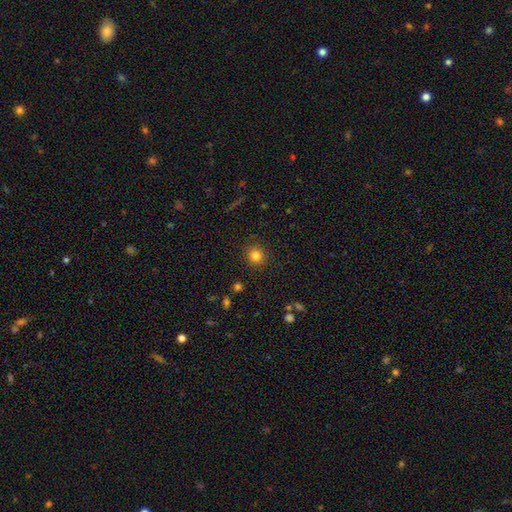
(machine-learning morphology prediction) Smooth or featured?
  - smooth: 82% *
  - star or artifact: 12%
  - featured or disk: 5%
How rounded?
  - round: 90% *
  - in between: 9%
  - cigar-shaped: 1%
Merging?
  - none: 90% *
  - minor disturbance: 6%
  - major disturbance: 2%
  - merger: 1%